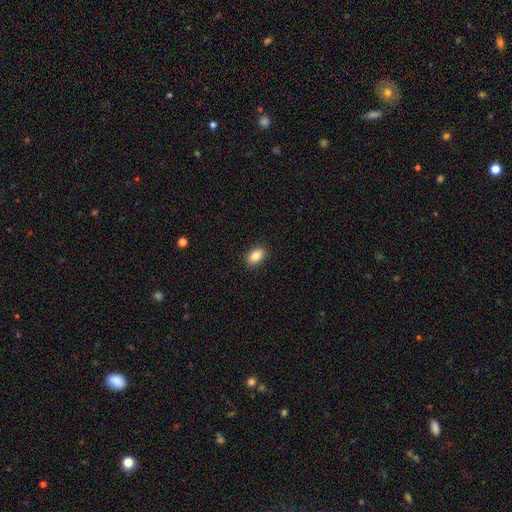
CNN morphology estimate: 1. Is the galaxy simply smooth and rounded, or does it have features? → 87% smooth, 8% star or artifact, 5% featured or disk.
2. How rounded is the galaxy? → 87% in between, 12% round, 2% cigar-shaped.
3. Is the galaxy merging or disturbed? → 89% none, 8% minor disturbance, 2% major disturbance, 1% merger.